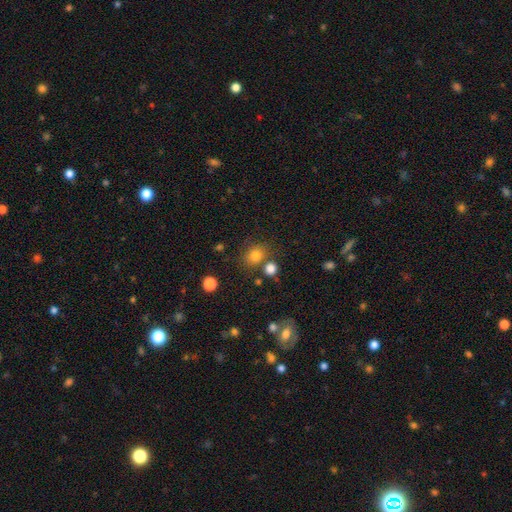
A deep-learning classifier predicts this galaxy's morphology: Q: Smooth or featured?
A: smooth (80%); runner-up: star or artifact (14%)
Q: How rounded?
A: round (69%); runner-up: in between (30%)
Q: Merging?
A: none (69%); runner-up: merger (14%)